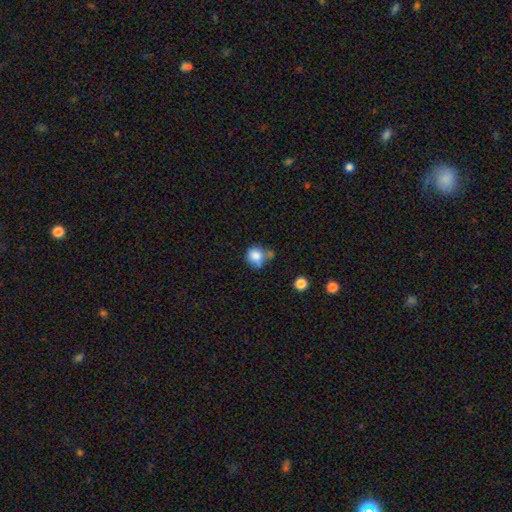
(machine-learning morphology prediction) smooth 82%, star or artifact 9%, featured or disk 9%. Down the decision tree: how rounded — round (83%); merging — none (46%).